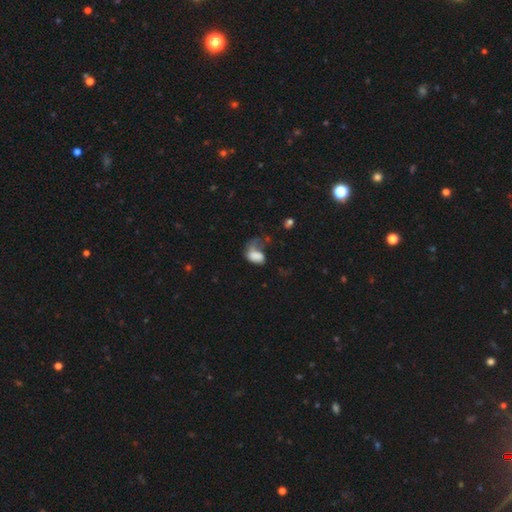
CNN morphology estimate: This appears to be a smooth galaxy with no disk features (70%) that is in between round and cigar-shaped (84%). Merging: major disturbance (57%).